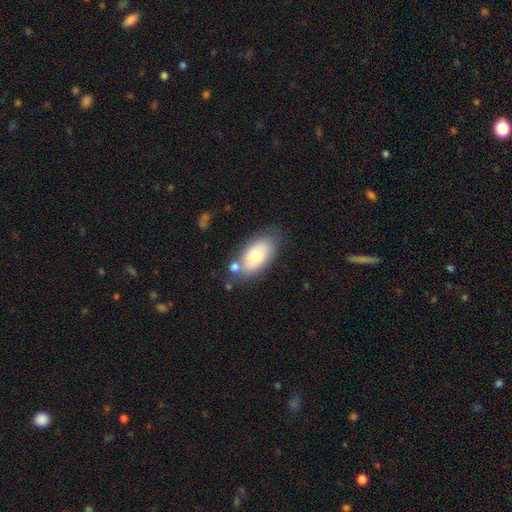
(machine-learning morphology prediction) smooth_or_featured: smooth (p=0.72) [alt: featured or disk p=0.21]
how_rounded: in between (p=0.92) [alt: round p=0.05]
merging: none (p=0.64) [alt: minor disturbance p=0.19]